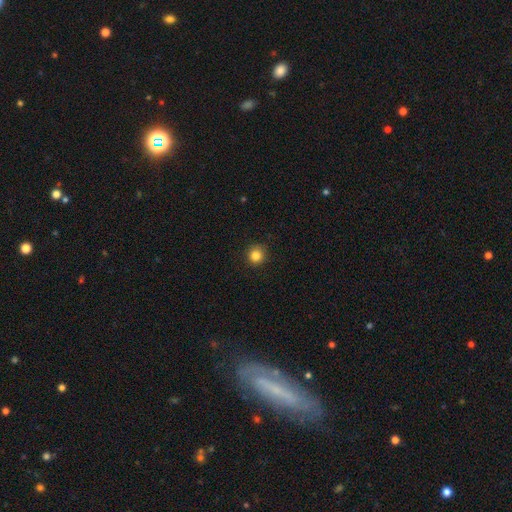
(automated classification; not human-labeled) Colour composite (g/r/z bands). It shows a smooth galaxy with no disk features (84%) that is round (94%). Merging: none (91%).